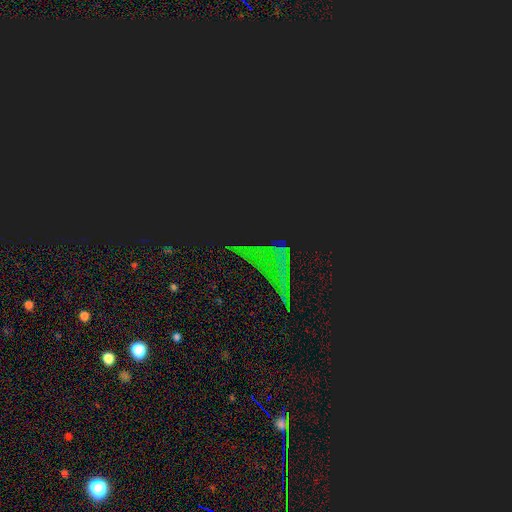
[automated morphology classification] Smooth or featured? star or artifact (81%)